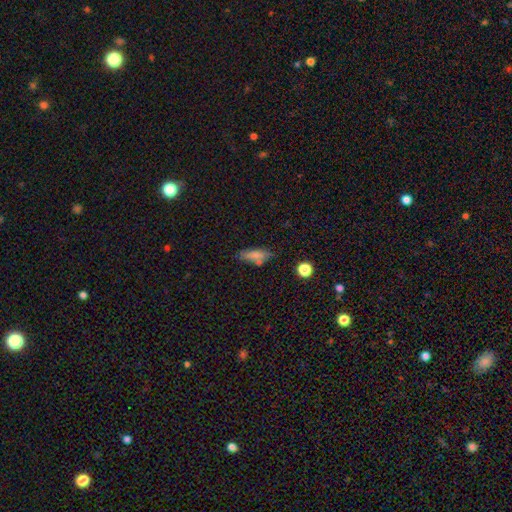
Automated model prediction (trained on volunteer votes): A smooth galaxy with no disk features (77%) that is in between round and cigar-shaped (60%). Merging: none (72%).